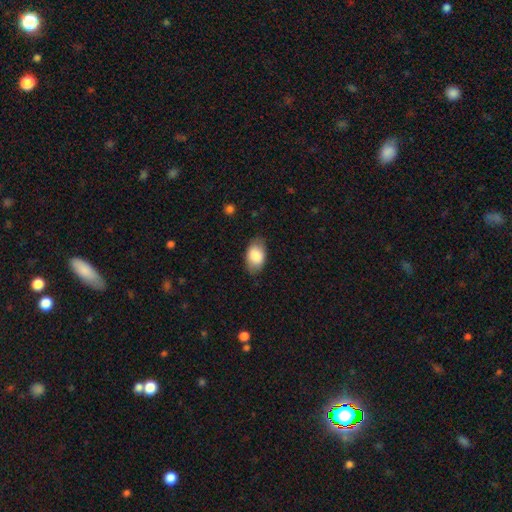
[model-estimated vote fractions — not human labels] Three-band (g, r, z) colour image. It shows a smooth galaxy with no disk features (85%) that is in between round and cigar-shaped (91%). Merging: none (81%).